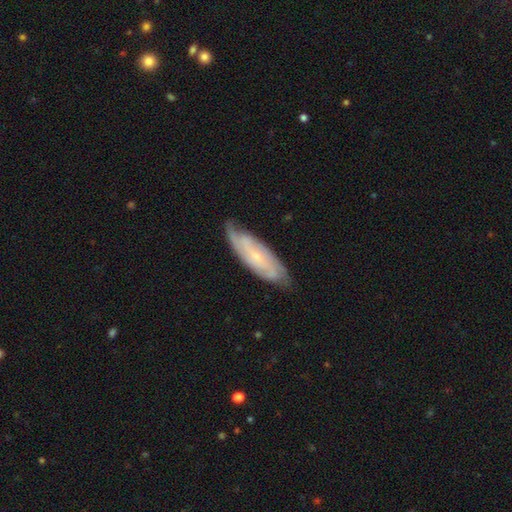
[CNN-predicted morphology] Smooth or featured?
  - featured or disk: 73% *
  - smooth: 21%
  - star or artifact: 6%
Edge-on disk?
  - no: 83% *
  - yes: 17%
Bar?
  - no: 68% *
  - weak: 26%
  - strong: 7%
Spiral arms?
  - yes: 92% *
  - no: 8%
Spiral winding?
  - tight: 59% *
  - medium: 32%
  - loose: 9%
Spiral arm count?
  - 2: 39% *
  - can't tell: 36%
  - 3: 12%
  - 4: 5%
  - 1: 4%
  - more than 4: 3%
Bulge size?
  - small: 77% *
  - moderate: 16%
  - none: 5%
  - large: 1%
  - dominant: 1%
Merging?
  - none: 75% *
  - minor disturbance: 19%
  - major disturbance: 4%
  - merger: 1%